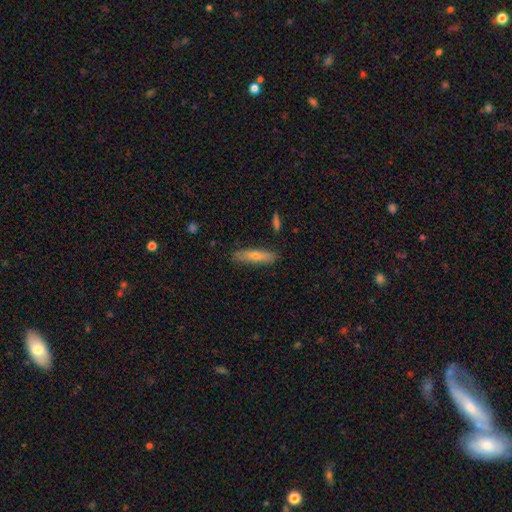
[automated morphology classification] The model was most divided on "smooth or featured": smooth: 61%, featured or disk: 32%, star or artifact: 7%. More confident: merging — none (86%); how rounded — cigar-shaped (77%).